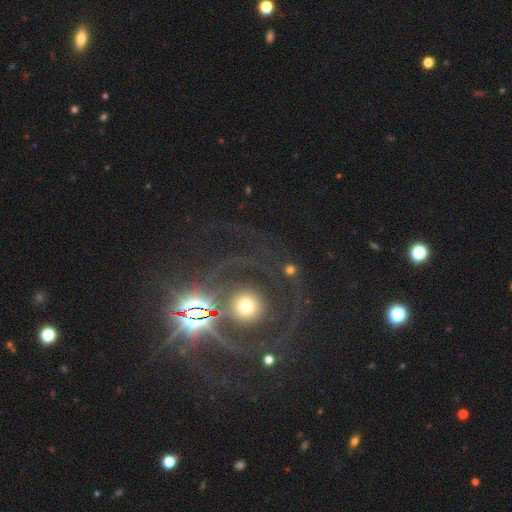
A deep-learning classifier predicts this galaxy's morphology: A featured or disk galaxy (50%). Merging: none (62%).